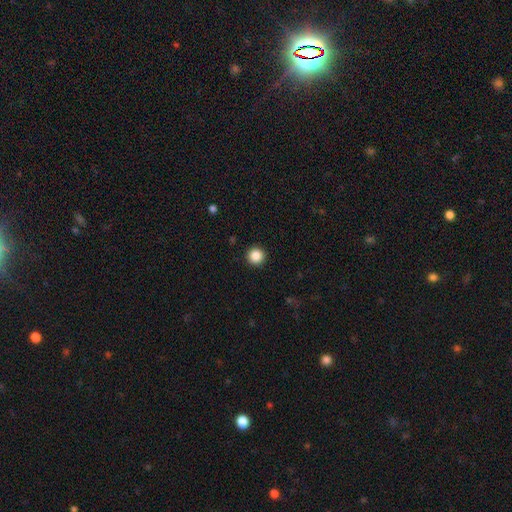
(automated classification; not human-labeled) smooth 86%, star or artifact 10%, featured or disk 3%. Down the decision tree: how rounded — round (96%); merging — none (94%).